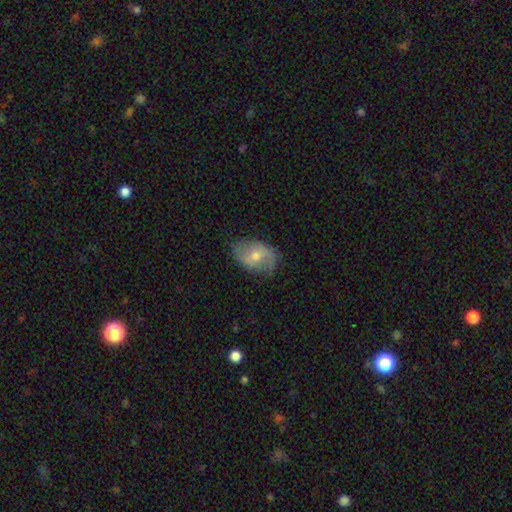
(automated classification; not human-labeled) Smooth or featured: featured or disk — 52% (smooth — 40%)
Edge-on disk: no — 94% (yes — 6%)
Merging: none — 73% (minor disturbance — 21%)